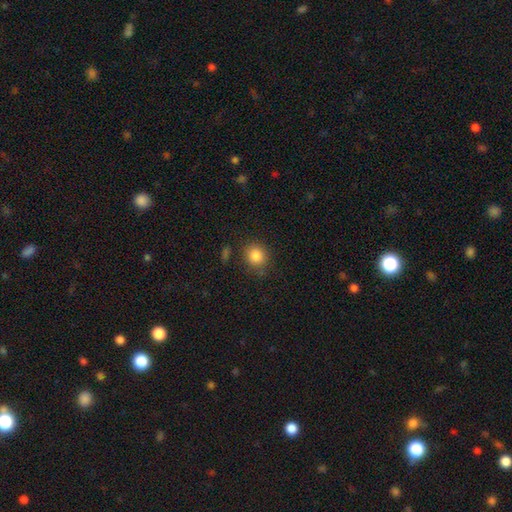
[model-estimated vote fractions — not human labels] Overall: smooth (85%). How rounded: round (80%). Merging: none (82%).